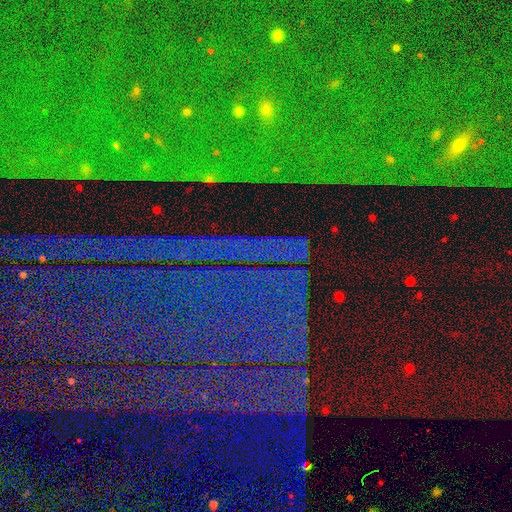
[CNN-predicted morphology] Smooth or featured? Predicted: star or artifact (p=0.87).